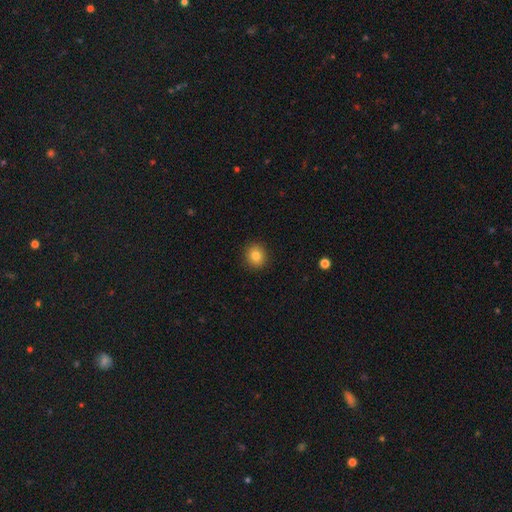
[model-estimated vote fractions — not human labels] A smooth galaxy with no disk features (82%) that is round (85%). Merging: none (91%).